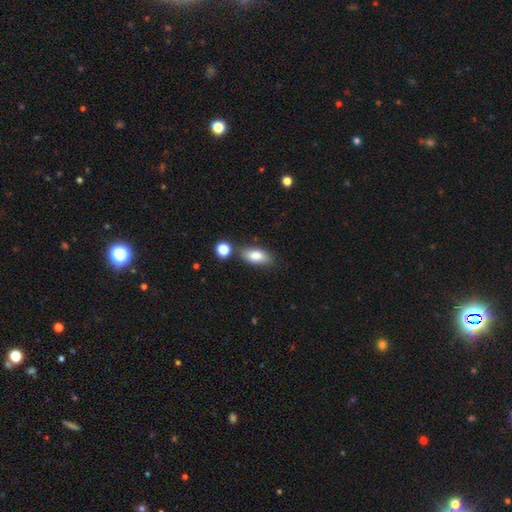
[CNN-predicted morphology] Overall: smooth (83%). How rounded: in between (84%). Merging: none (70%).